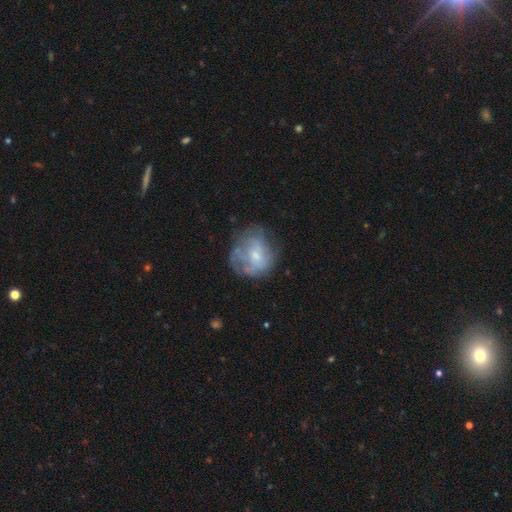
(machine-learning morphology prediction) A featured or disk galaxy (51%).

Vote fractions:
- Smooth or featured? featured or disk: 51% / smooth: 39% / star or artifact: 9%
- Edge-on disk? no: 97% / yes: 3%
- Merging? none: 51% / minor disturbance: 26% / major disturbance: 21% / merger: 3%